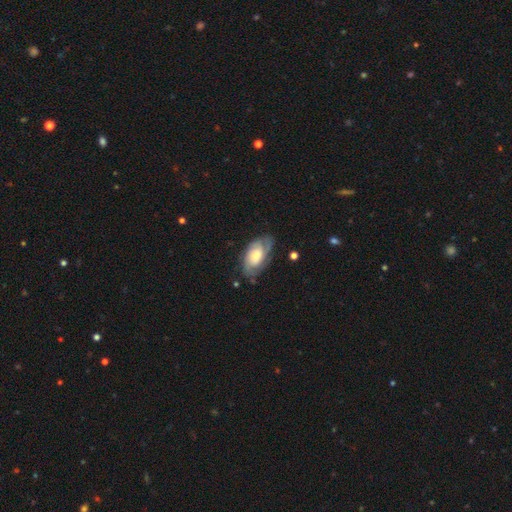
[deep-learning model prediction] A featured or disk galaxy (67%) with no bar (70%), 2 (51%) tight (53%) spiral arms (89%) and a moderate central bulge (36%). Merging: none (67%).